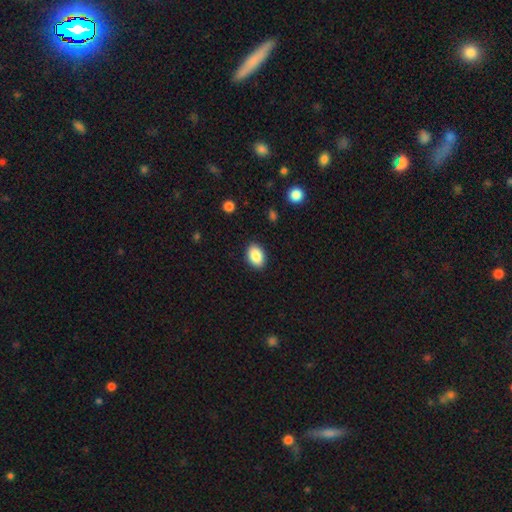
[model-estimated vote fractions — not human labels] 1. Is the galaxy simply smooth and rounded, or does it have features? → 87% smooth, 8% star or artifact, 5% featured or disk.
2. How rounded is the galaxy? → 84% in between, 15% round, 1% cigar-shaped.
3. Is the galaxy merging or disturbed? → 89% none, 8% minor disturbance, 2% major disturbance, 1% merger.